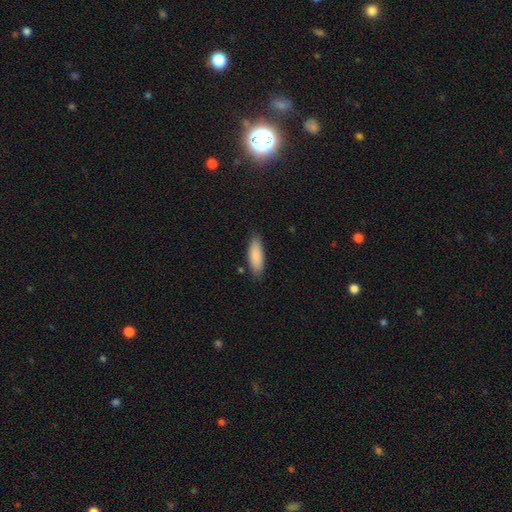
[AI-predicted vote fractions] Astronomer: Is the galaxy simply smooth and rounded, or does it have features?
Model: smooth — 88%.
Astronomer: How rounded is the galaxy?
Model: in between — 61% (runner-up: cigar-shaped, 37%).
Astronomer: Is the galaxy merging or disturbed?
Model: none — 83%.